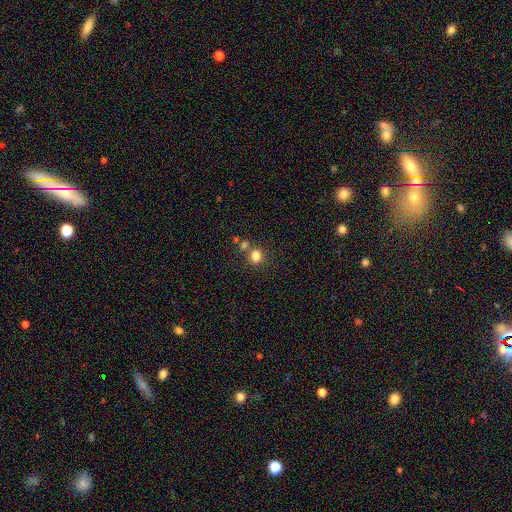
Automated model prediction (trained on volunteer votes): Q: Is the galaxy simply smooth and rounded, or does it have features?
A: smooth — 81%.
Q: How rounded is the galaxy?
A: round — 67%.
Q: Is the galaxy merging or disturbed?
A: none — 63%.